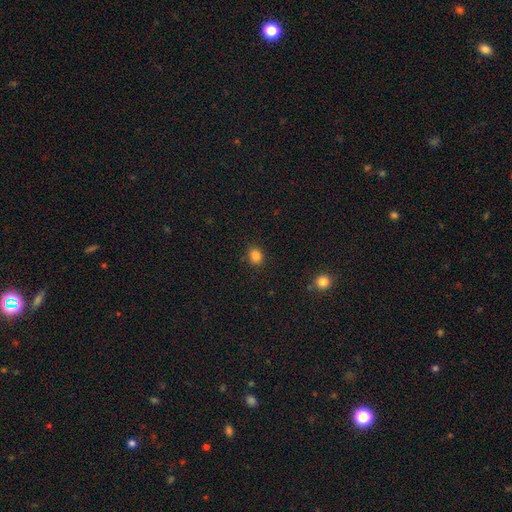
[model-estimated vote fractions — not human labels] This is clearly a smooth galaxy (84%). How rounded: likely round (66%). Merging: clearly none (86%).